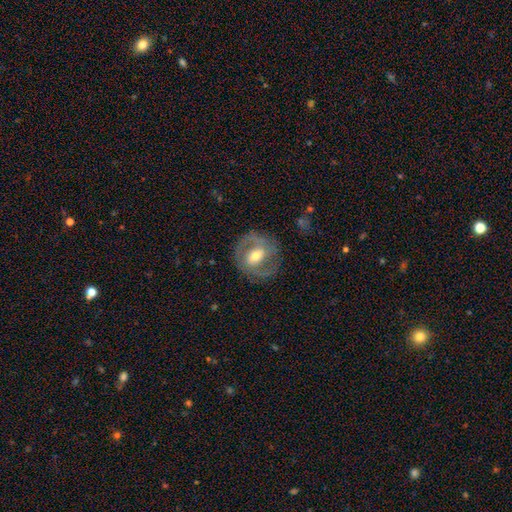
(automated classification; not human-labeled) This appears to be a featured or disk galaxy (75%) with a weak bar (43%), 2 (83%) medium (44%) spiral arms (79%) and a moderate central bulge (69%). Merging: none (81%).